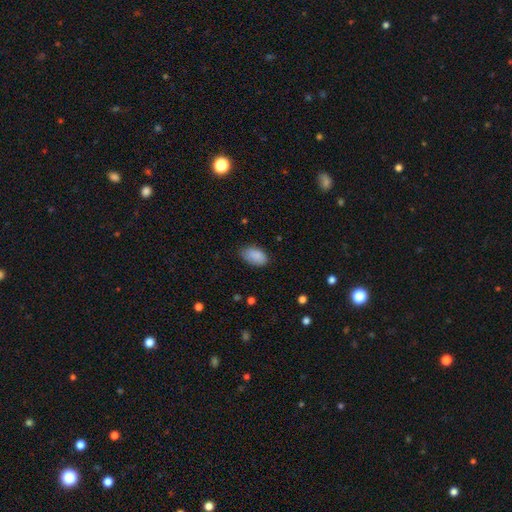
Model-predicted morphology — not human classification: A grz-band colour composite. It shows a smooth galaxy with no disk features (89%) that is in between round and cigar-shaped (93%). Merging: none (75%).